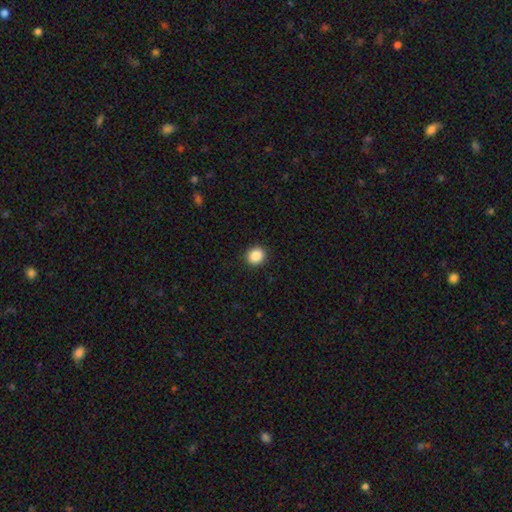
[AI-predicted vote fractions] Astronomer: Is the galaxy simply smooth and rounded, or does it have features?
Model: smooth — 88%.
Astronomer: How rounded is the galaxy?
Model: round — 84%.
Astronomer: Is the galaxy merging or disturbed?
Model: none — 92%.